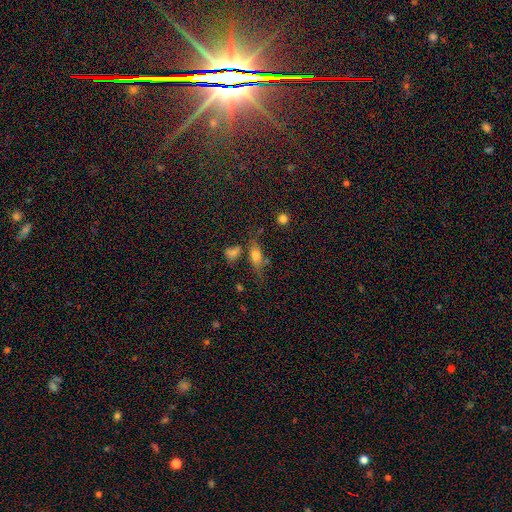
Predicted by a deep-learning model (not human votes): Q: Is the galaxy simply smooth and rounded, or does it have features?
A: smooth — 66%.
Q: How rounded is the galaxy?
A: in between — 68%.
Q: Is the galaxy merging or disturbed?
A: none — 55%.